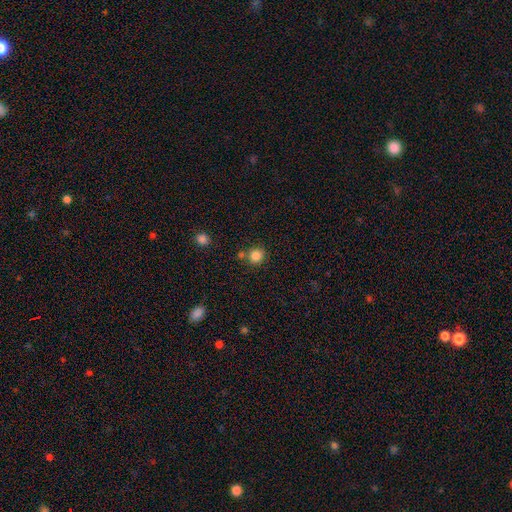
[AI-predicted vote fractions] smooth_or_featured: smooth (p=0.84) [alt: star or artifact p=0.11]
how_rounded: round (p=0.90) [alt: in between p=0.09]
merging: none (p=0.76) [alt: merger p=0.12]